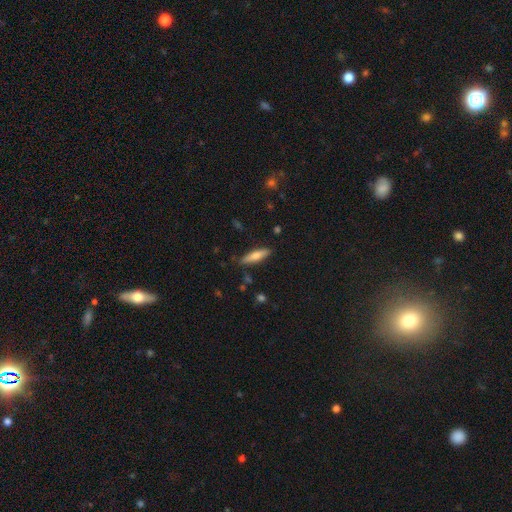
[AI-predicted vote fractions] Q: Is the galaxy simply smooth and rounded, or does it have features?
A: smooth — 67%.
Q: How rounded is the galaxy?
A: cigar-shaped — 71%.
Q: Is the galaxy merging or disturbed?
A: none — 85%.